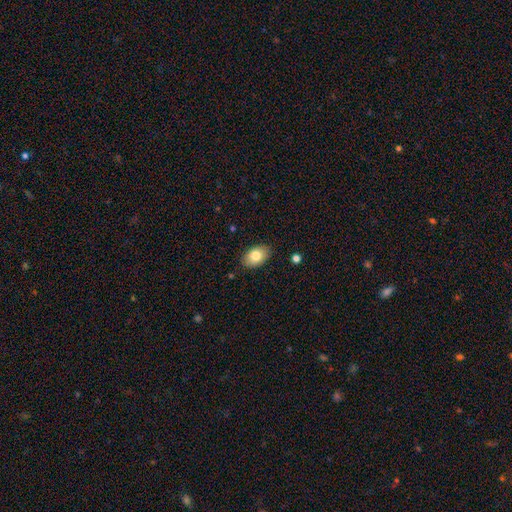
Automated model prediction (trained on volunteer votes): smooth_or_featured: smooth (p=0.81) [alt: featured or disk p=0.12]
how_rounded: in between (p=0.89) [alt: round p=0.10]
merging: none (p=0.86) [alt: minor disturbance p=0.11]